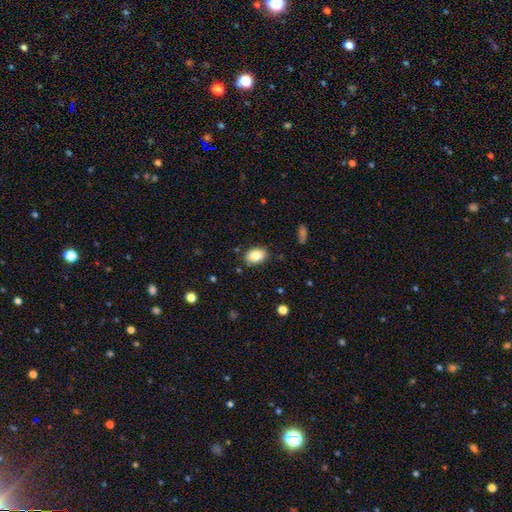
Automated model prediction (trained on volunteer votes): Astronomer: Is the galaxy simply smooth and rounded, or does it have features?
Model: smooth — 84%.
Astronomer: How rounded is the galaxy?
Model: in between — 82%.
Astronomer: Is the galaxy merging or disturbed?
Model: none — 83%.